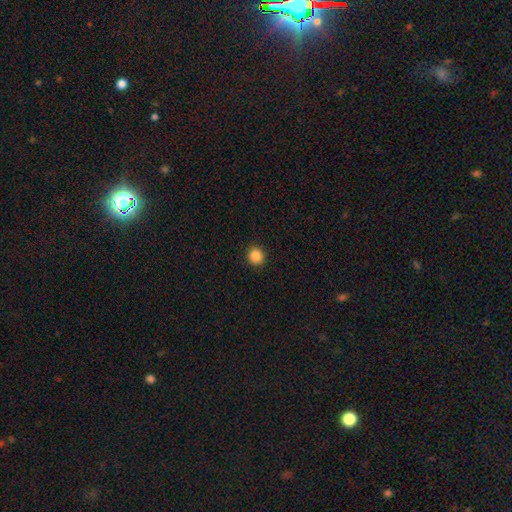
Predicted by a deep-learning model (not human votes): This is clearly a smooth galaxy (86%). How rounded: clearly round (92%). Merging: clearly none (93%).